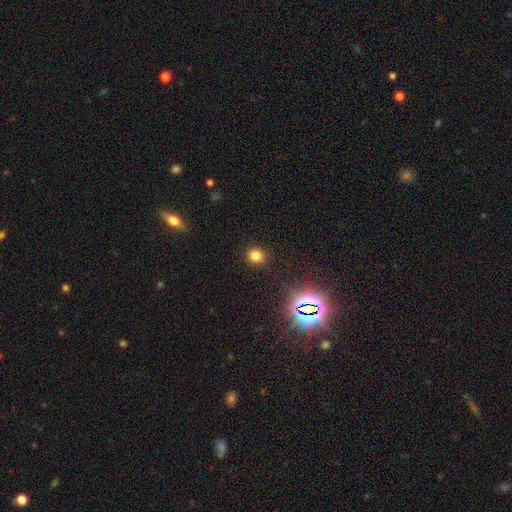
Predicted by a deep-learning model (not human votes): Smooth or featured? Predicted: smooth (p=0.77). How rounded? Predicted: round (p=0.90). Merging? Predicted: none (p=0.90).